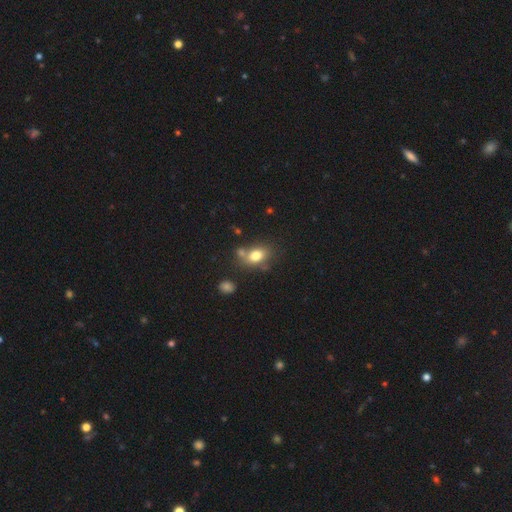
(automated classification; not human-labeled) Smooth or featured? smooth (77%)
How rounded? in between (75%)
Merging? none (60%)